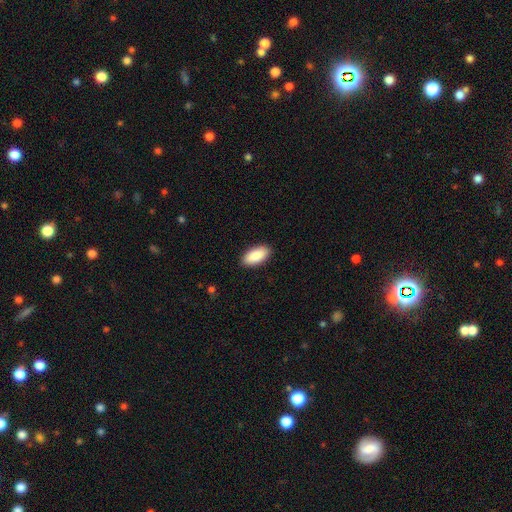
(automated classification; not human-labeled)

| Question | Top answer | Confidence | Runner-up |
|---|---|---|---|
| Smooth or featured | smooth | 91% | star or artifact (6%) |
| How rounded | in between | 93% | cigar-shaped (6%) |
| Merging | none | 90% | minor disturbance (7%) |